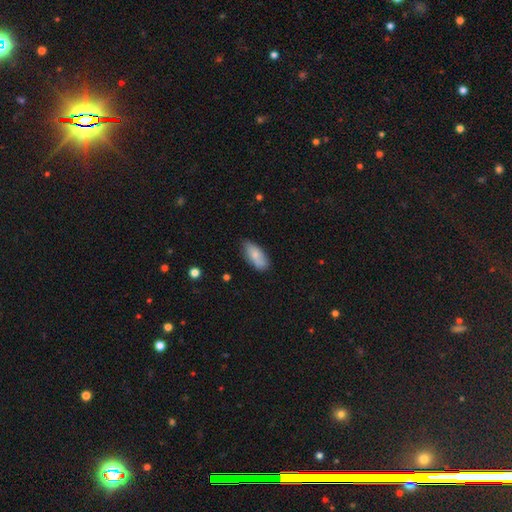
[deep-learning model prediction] The model was most divided on "merging": none: 72%, minor disturbance: 22%, major disturbance: 4%, merger: 3%. More confident: how rounded — in between (85%); smooth or featured — smooth (79%).